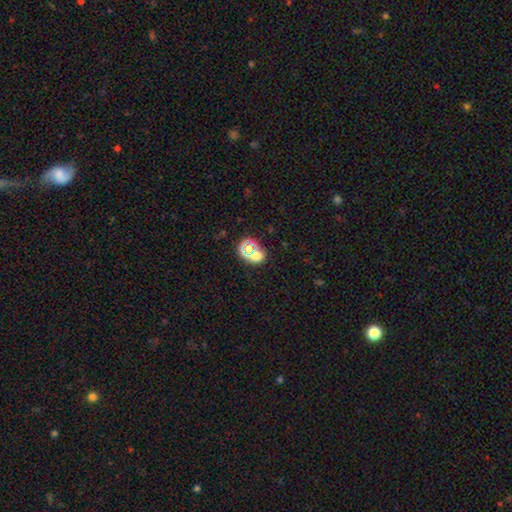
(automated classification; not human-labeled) A smooth galaxy with no disk features (48%). Merging: none (70%).